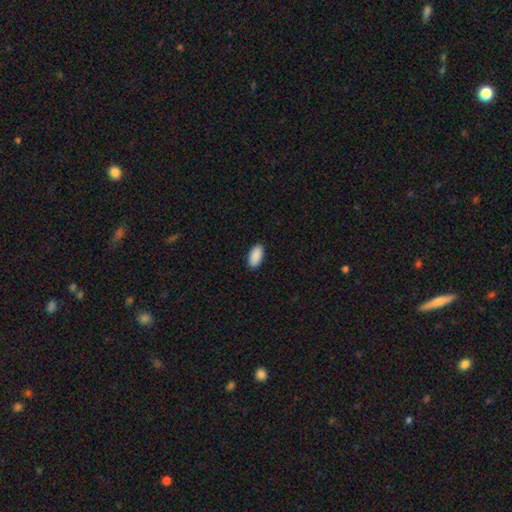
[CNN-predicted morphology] Smooth or featured? smooth (92%)
How rounded? in between (95%)
Merging? none (91%)